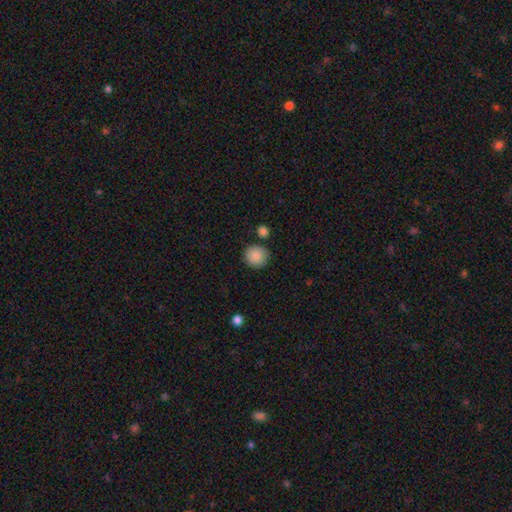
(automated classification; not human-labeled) Overall: smooth (89%). How rounded: round (90%). Merging: none (83%).